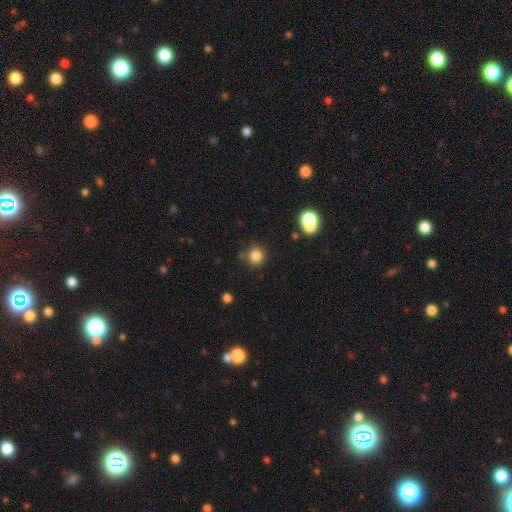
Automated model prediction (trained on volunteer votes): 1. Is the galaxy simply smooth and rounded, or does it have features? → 83% smooth, 12% star or artifact, 5% featured or disk.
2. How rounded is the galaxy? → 91% round, 8% in between, 1% cigar-shaped.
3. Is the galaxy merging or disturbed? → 75% none, 15% minor disturbance, 6% merger, 4% major disturbance.